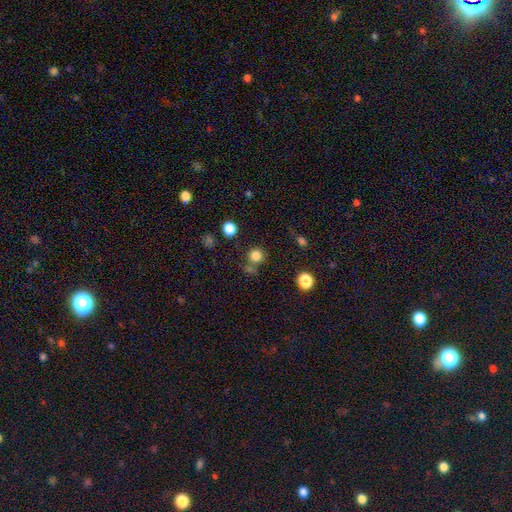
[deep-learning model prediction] smooth-or-featured: smooth: 80% | star or artifact: 14% | featured or disk: 5%
  how-rounded: round: 92% | in between: 7% | cigar-shaped: 1%
  merging: none: 71% | merger: 15% | minor disturbance: 10% | major disturbance: 4%